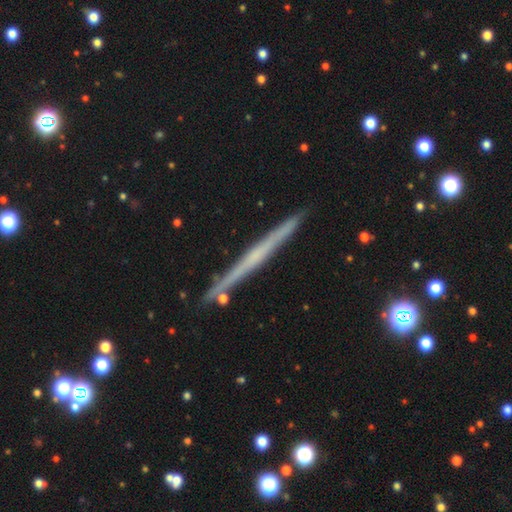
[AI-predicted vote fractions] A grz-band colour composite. It shows a featured or disk galaxy (66%) viewed edge-on (98%) with no central bulge (78%). Merging: none (89%).